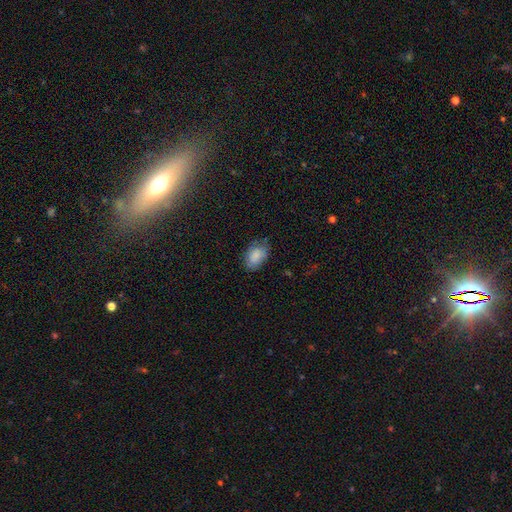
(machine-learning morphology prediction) smooth 84%, featured or disk 8%, star or artifact 8%. Down the decision tree: how rounded — in between (87%); merging — none (68%).